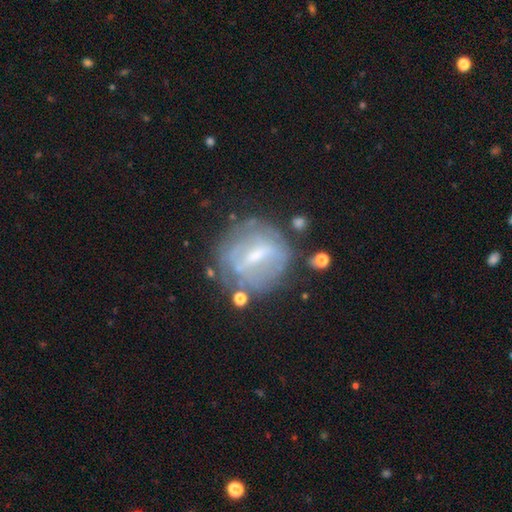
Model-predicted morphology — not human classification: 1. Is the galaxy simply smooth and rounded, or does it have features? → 65% featured or disk, 25% smooth, 9% star or artifact.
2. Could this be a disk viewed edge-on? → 93% no, 7% yes.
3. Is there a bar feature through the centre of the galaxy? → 43% weak, 41% strong, 15% no.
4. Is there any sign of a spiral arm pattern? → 60% no, 40% yes.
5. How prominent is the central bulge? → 47% small, 35% moderate, 13% none, 4% large, 1% dominant.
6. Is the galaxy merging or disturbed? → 64% none, 19% minor disturbance, 12% major disturbance, 6% merger.